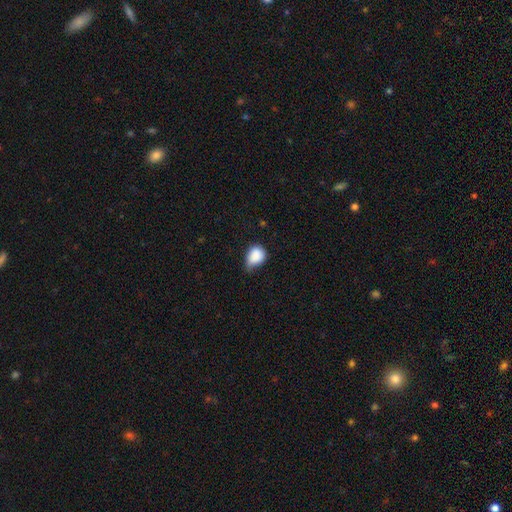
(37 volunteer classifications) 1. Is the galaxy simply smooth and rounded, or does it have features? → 86% smooth, 11% featured or disk, 3% star or artifact.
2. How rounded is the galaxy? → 53% in between, 47% round, 0% cigar-shaped.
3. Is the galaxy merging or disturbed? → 72% minor disturbance, 19% none, 8% major disturbance, 0% merger.